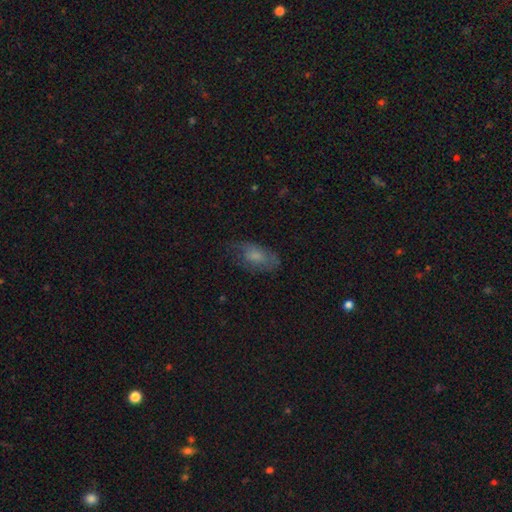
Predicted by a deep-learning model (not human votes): Morphology: type=smooth (56%); roundness=in between (89%); merging=none (57%).